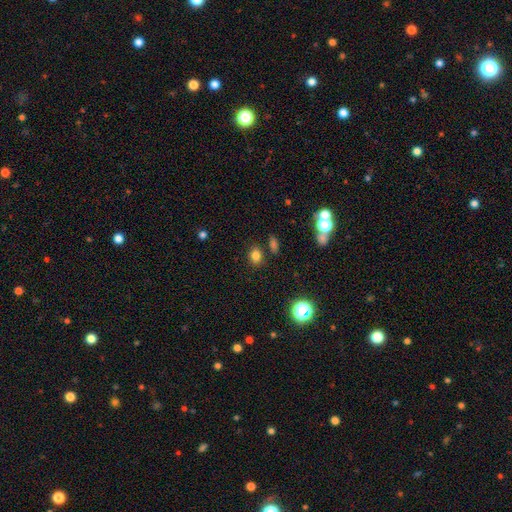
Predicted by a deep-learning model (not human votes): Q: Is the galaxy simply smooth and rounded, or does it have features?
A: smooth — 78%.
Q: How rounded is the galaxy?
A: in between — 50%.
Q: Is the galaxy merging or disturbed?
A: none — 80%.